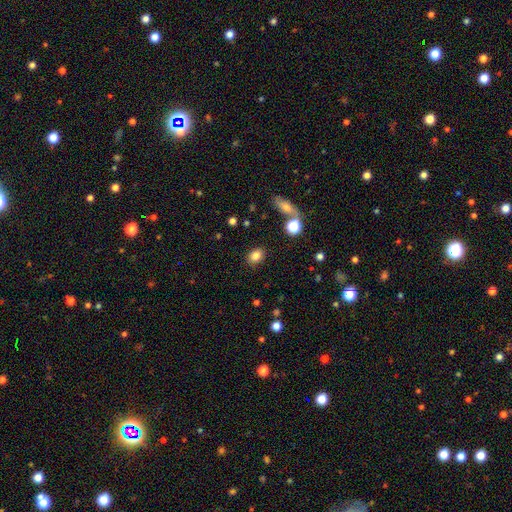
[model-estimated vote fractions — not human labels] Smooth or featured? Predicted: smooth (p=0.83). How rounded? Predicted: in between (p=0.65). Merging? Predicted: none (p=0.85).